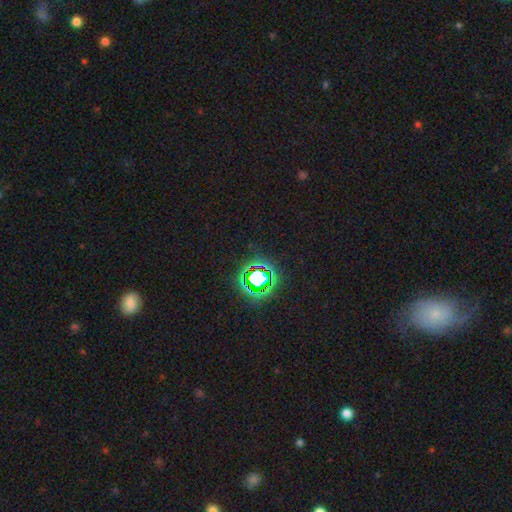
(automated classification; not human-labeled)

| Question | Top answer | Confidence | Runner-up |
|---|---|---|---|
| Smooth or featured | star or artifact | 79% | smooth (14%) |